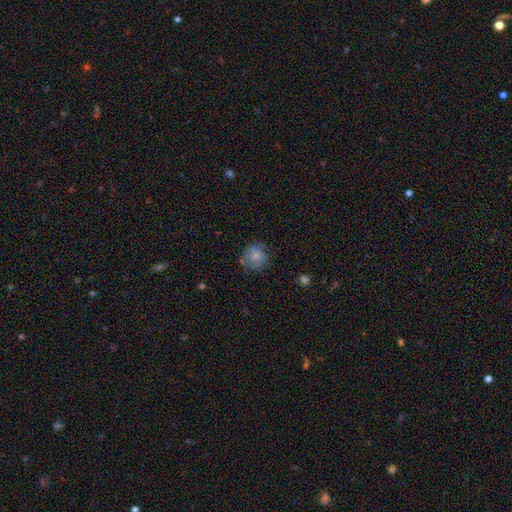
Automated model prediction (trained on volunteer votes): smooth_or_featured: smooth (p=0.76) [alt: featured or disk p=0.15]
how_rounded: round (p=0.88) [alt: in between p=0.11]
merging: none (p=0.70) [alt: minor disturbance p=0.21]